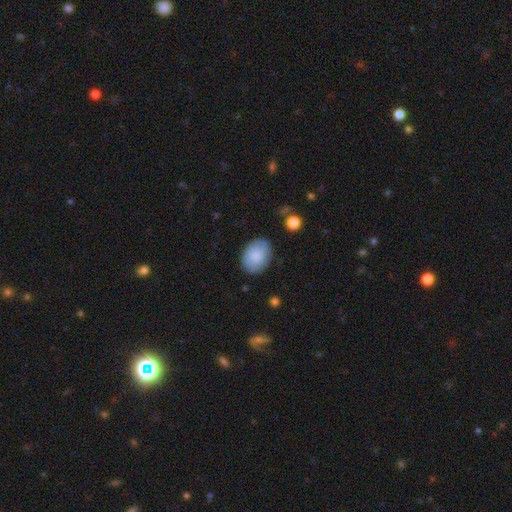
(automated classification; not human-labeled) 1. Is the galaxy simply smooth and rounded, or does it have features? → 85% smooth, 9% featured or disk, 6% star or artifact.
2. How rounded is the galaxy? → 74% in between, 25% round, 1% cigar-shaped.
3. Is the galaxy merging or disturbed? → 81% none, 14% minor disturbance, 3% major disturbance, 2% merger.